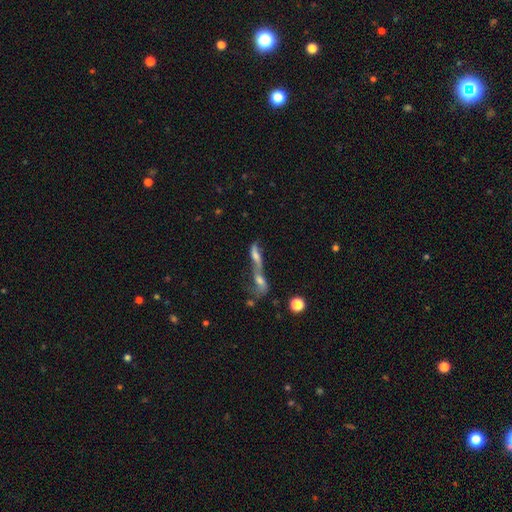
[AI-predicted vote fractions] Q: Smooth or featured?
A: smooth (46%); runner-up: featured or disk (41%)
Q: Merging?
A: merger (76%); runner-up: none (11%)